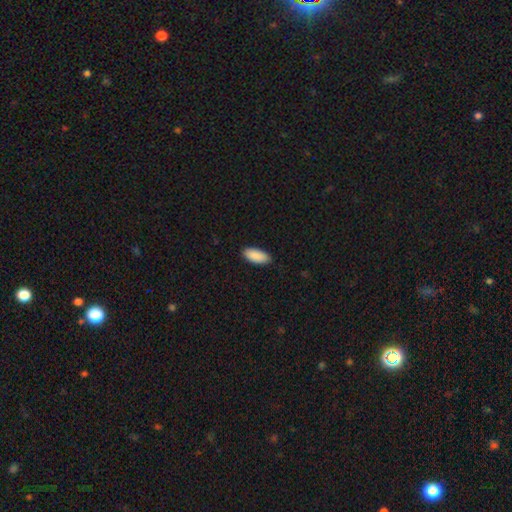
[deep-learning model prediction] Overall: smooth (91%). How rounded: in between (90%). Merging: none (88%).